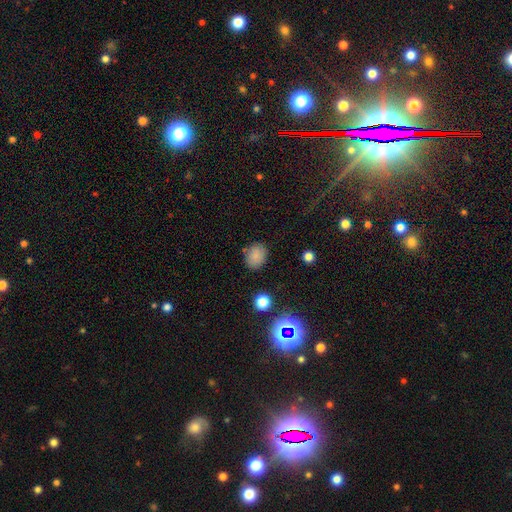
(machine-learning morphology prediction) Smooth or featured? smooth (83%)
How rounded? in between (59%)
Merging? none (82%)